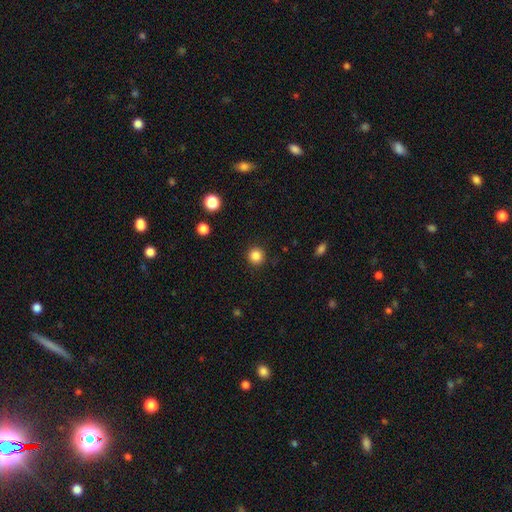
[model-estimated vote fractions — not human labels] Smooth or featured: smooth — 85% (star or artifact — 11%)
How rounded: round — 95% (in between — 4%)
Merging: none — 92% (minor disturbance — 5%)